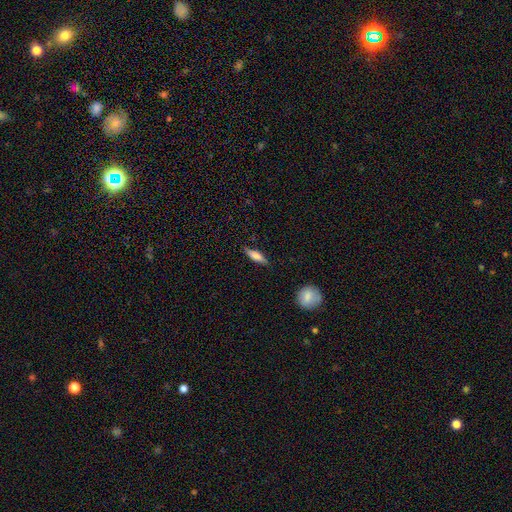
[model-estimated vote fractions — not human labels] Smooth or featured? smooth (64%)
How rounded? cigar-shaped (64%)
Merging? none (84%)